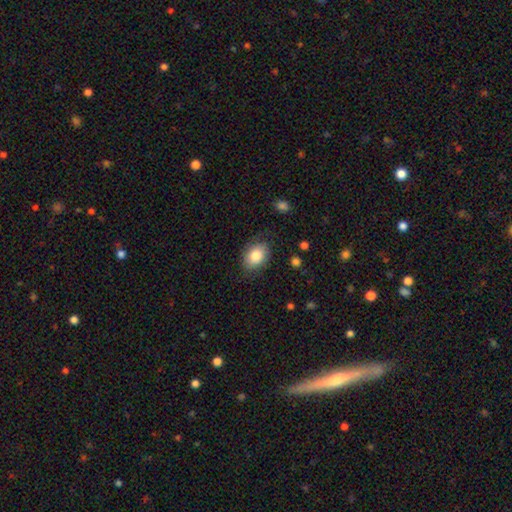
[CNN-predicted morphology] smooth-or-featured: smooth: 81% | featured or disk: 12% | star or artifact: 7%
  how-rounded: in between: 77% | round: 22% | cigar-shaped: 1%
  merging: none: 77% | minor disturbance: 17% | major disturbance: 5% | merger: 1%